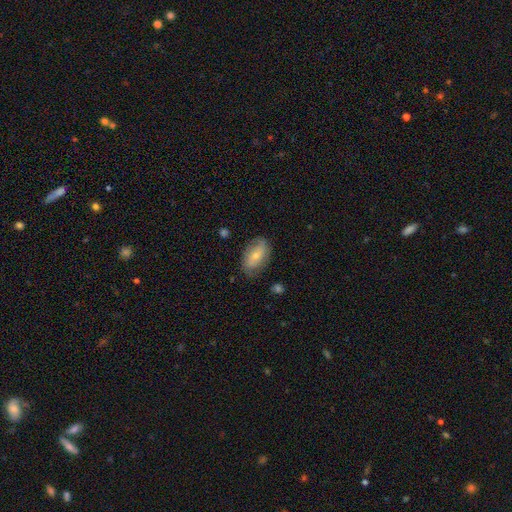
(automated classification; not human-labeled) smooth_or_featured: smooth (p=0.56) [alt: featured or disk p=0.37]
how_rounded: in between (p=0.89) [alt: round p=0.08]
merging: none (p=0.73) [alt: minor disturbance p=0.20]